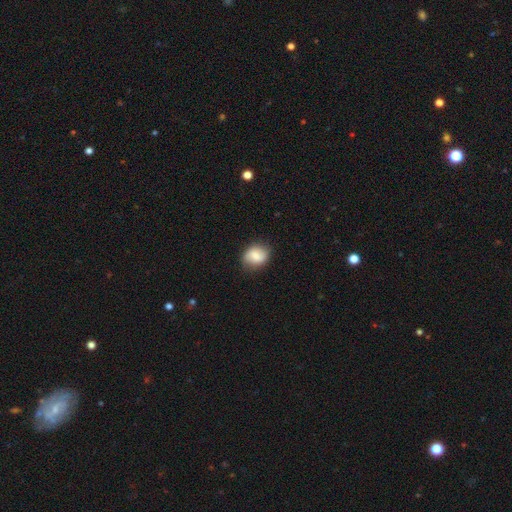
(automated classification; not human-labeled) A smooth galaxy with no disk features (73%) that is round (55%). Merging: none (81%).